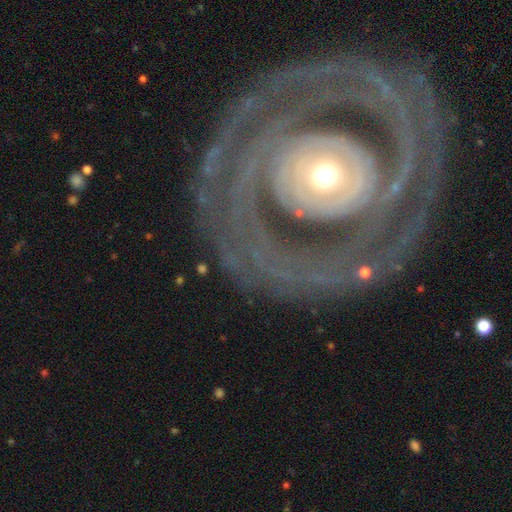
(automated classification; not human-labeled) Morphology: type=featured or disk (84%); edge-on=no (97%); bar=no (74%); spiral arms=yes (83%); winding=tight (75%); arm count=can't tell (31%); bulge=moderate (60%); merging=none (73%).